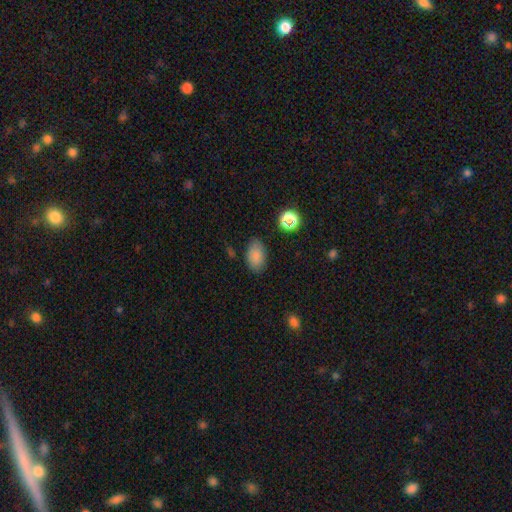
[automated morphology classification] This is clearly a smooth galaxy (84%). How rounded: clearly in between (90%). Merging: clearly none (81%).